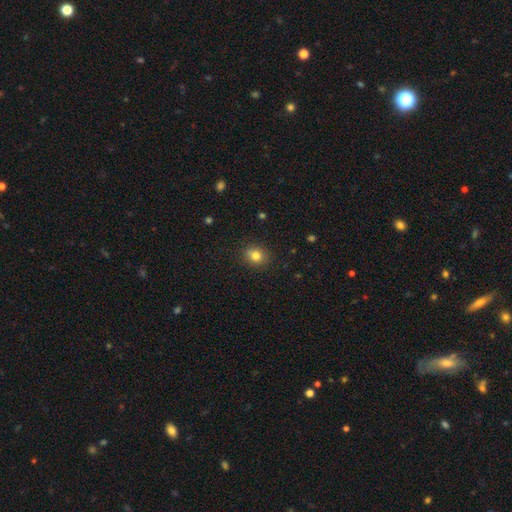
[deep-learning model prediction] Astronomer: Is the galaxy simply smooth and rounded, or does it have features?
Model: smooth — 80%.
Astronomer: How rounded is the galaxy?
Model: round — 65%.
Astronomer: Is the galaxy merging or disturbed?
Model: none — 86%.